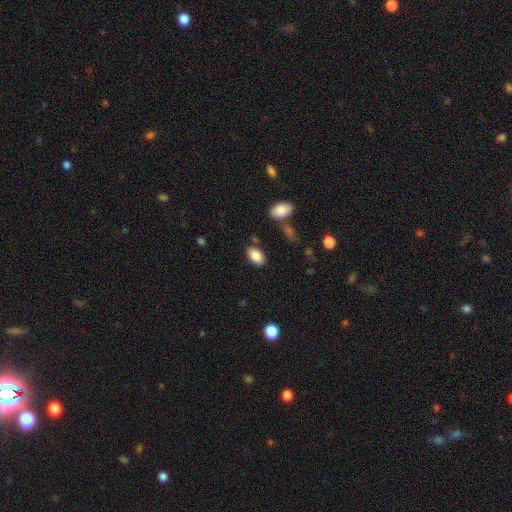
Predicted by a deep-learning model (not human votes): A smooth galaxy with no disk features (86%) that is in between round and cigar-shaped (91%). Merging: none (82%).